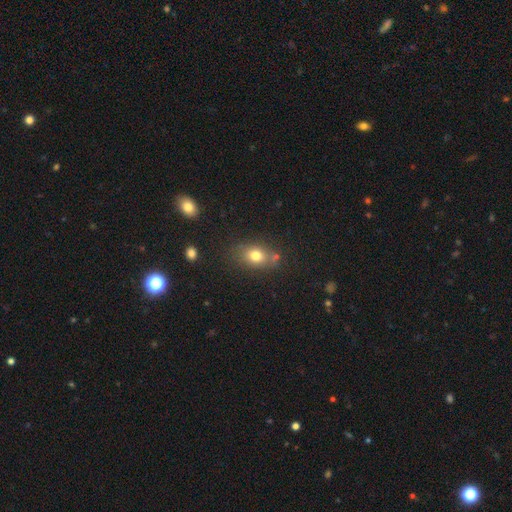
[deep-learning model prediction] Smooth or featured: smooth — 75% (star or artifact — 12%)
How rounded: in between — 67% (round — 31%)
Merging: none — 69% (minor disturbance — 17%)